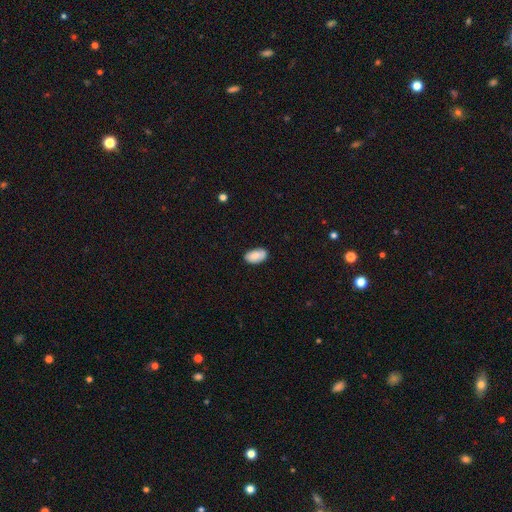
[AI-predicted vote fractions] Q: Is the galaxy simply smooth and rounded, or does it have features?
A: smooth — 84%.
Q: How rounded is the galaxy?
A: in between — 94%.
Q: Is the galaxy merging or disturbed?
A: none — 80%.